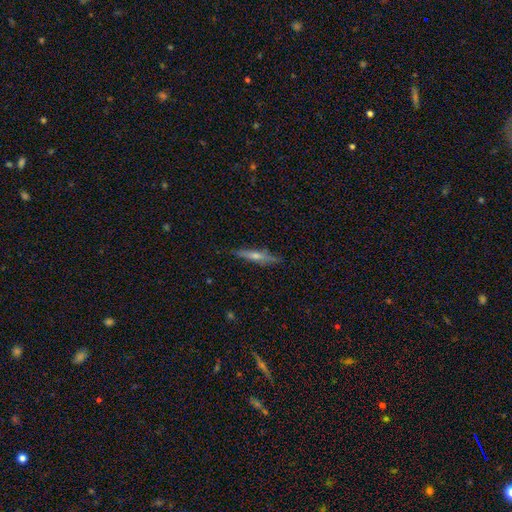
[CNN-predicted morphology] Smooth or featured?
  - featured or disk: 59% *
  - smooth: 33%
  - star or artifact: 8%
Edge-on disk?
  - yes: 94% *
  - no: 6%
Edge-on bulge?
  - rounded: 79% *
  - none: 16%
  - boxy: 6%
Merging?
  - none: 85% *
  - minor disturbance: 11%
  - major disturbance: 2%
  - merger: 1%